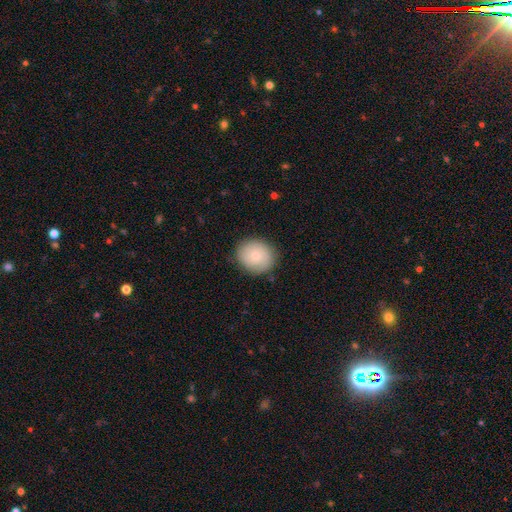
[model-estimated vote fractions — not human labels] Smooth or featured: smooth — 67% (featured or disk — 26%)
How rounded: round — 80% (in between — 19%)
Merging: none — 85% (minor disturbance — 11%)